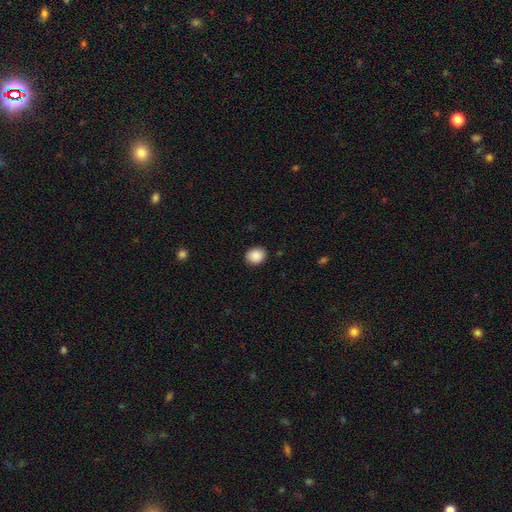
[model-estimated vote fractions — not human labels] A smooth galaxy with no disk features (89%) that is round (60%).

Vote fractions:
- Smooth or featured? smooth: 89% / star or artifact: 8% / featured or disk: 3%
- How rounded? round: 60% / in between: 39% / cigar-shaped: 1%
- Merging? none: 89% / minor disturbance: 8% / major disturbance: 2% / merger: 1%